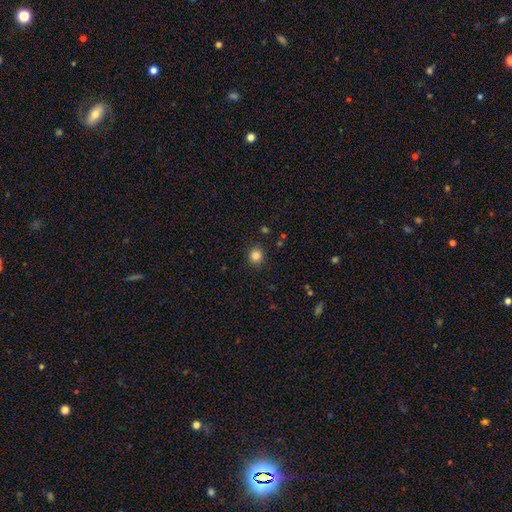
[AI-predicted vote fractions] The model was most divided on "smooth or featured": smooth: 83%, star or artifact: 12%, featured or disk: 4%. More confident: merging — none (89%); how rounded — round (88%).